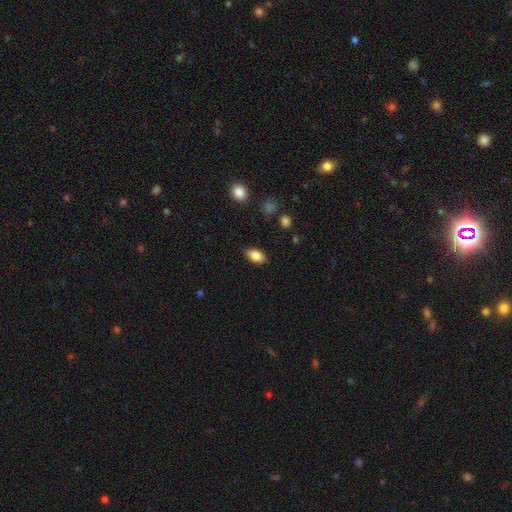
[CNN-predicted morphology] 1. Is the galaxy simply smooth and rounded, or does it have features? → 84% smooth, 9% featured or disk, 8% star or artifact.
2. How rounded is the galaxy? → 91% in between, 6% round, 3% cigar-shaped.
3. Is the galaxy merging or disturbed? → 85% none, 11% minor disturbance, 3% major disturbance, 1% merger.